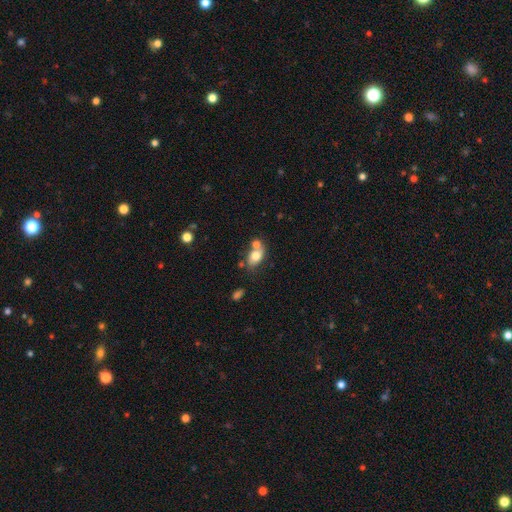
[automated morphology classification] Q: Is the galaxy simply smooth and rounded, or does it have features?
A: smooth — 72%.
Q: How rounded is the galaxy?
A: in between — 78%.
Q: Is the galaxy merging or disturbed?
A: none — 47%.